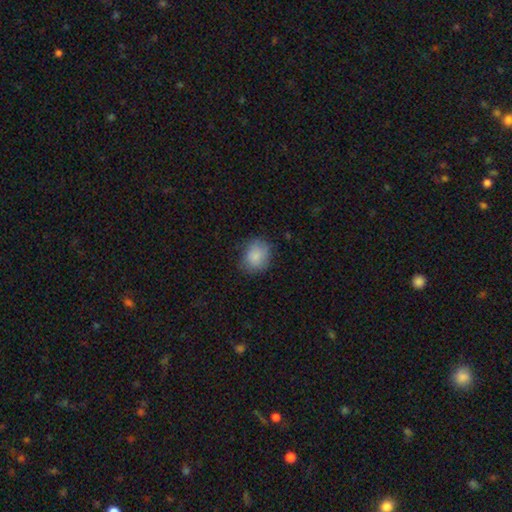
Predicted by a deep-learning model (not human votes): This appears to be a smooth galaxy with no disk features (85%) that is round (58%). Merging: none (74%).